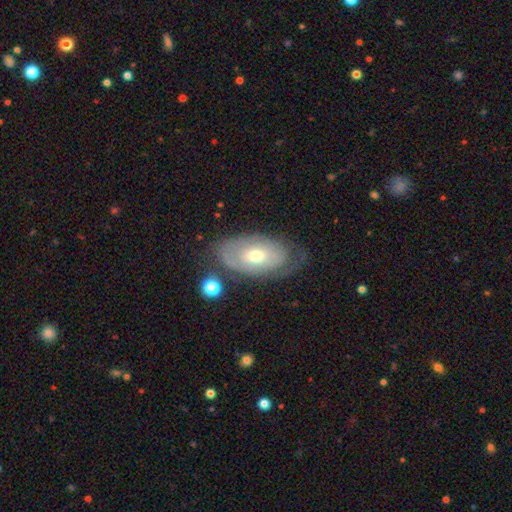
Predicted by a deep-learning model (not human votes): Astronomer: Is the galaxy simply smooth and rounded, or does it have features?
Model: featured or disk — 61%.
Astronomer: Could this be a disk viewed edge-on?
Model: no — 91%.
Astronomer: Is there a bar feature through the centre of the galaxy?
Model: no — 79%.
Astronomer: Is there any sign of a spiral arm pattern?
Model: yes — 59% (runner-up: no, 41%).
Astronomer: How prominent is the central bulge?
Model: moderate — 67%.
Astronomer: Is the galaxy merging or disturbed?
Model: none — 60%.